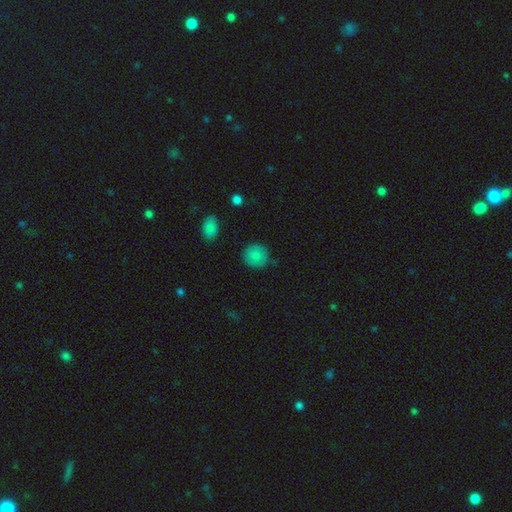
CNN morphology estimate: Smooth or featured?
  - smooth: 85% *
  - star or artifact: 9%
  - featured or disk: 6%
How rounded?
  - round: 90% *
  - in between: 9%
  - cigar-shaped: 1%
Merging?
  - none: 83% *
  - minor disturbance: 12%
  - major disturbance: 3%
  - merger: 2%